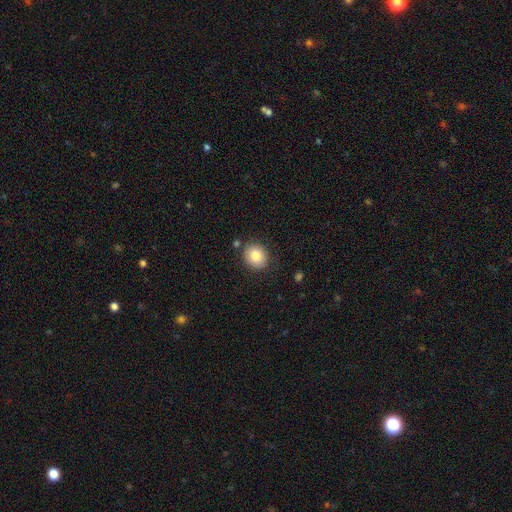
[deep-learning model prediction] Smooth or featured? Predicted: smooth (p=0.83). How rounded? Predicted: round (p=0.72). Merging? Predicted: none (p=0.83).